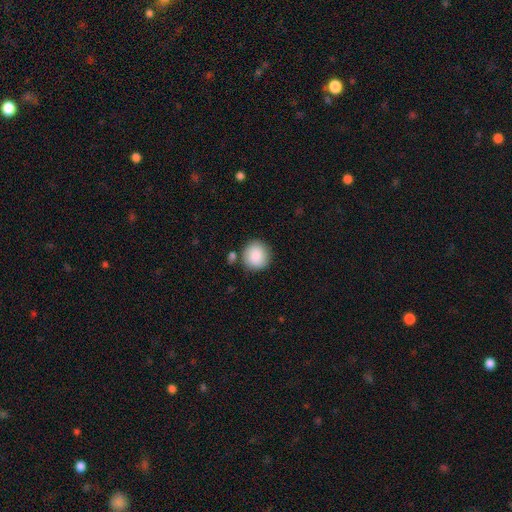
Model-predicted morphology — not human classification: Smooth or featured?
  - smooth: 88% *
  - star or artifact: 7%
  - featured or disk: 5%
How rounded?
  - round: 91% *
  - in between: 8%
  - cigar-shaped: 1%
Merging?
  - none: 80% *
  - minor disturbance: 11%
  - merger: 6%
  - major disturbance: 3%